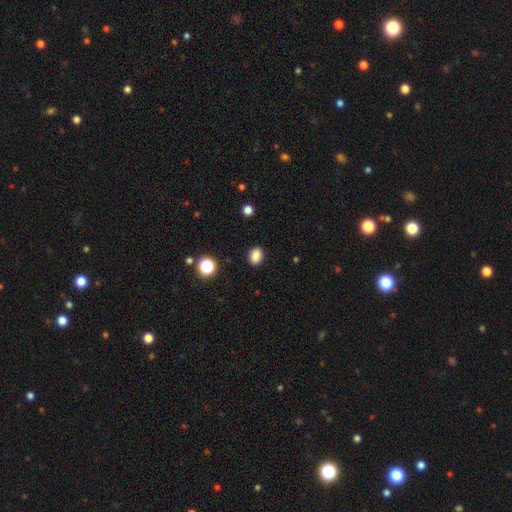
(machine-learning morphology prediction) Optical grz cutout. It shows a smooth galaxy with no disk features (86%) that is in between round and cigar-shaped (65%). Merging: none (89%).